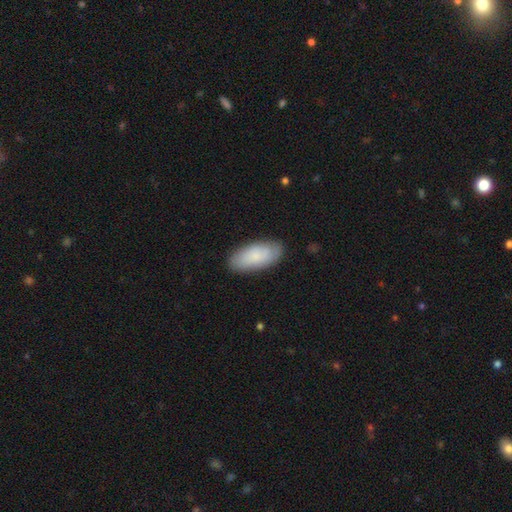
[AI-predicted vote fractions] The model was most divided on "smooth or featured": smooth: 81%, featured or disk: 13%, star or artifact: 6%. More confident: how rounded — in between (90%); merging — none (84%).